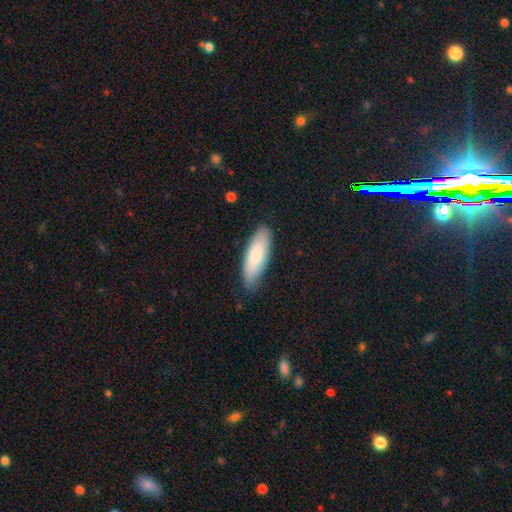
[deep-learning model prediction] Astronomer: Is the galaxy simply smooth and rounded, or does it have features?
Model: smooth — 81%.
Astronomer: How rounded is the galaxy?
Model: in between — 61% (runner-up: cigar-shaped, 38%).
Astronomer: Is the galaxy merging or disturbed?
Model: none — 81%.